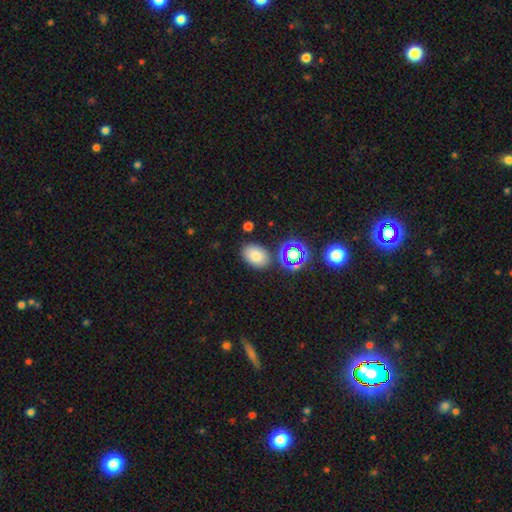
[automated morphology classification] Smooth or featured: smooth — 76% (star or artifact — 16%)
How rounded: in between — 79% (round — 20%)
Merging: none — 78% (minor disturbance — 12%)